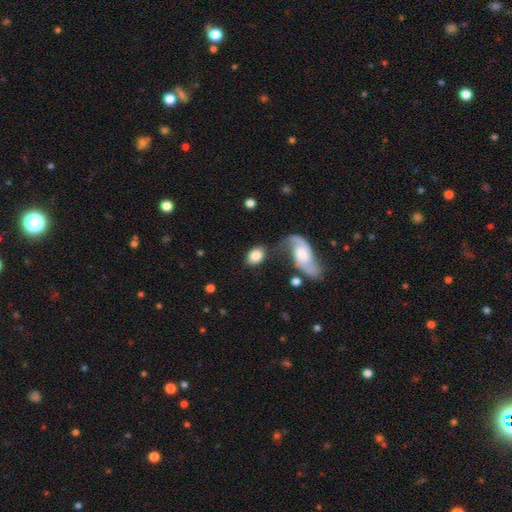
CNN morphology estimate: This appears to be a smooth galaxy with no disk features (79%) that is in between round and cigar-shaped (84%). Merging: none (60%).